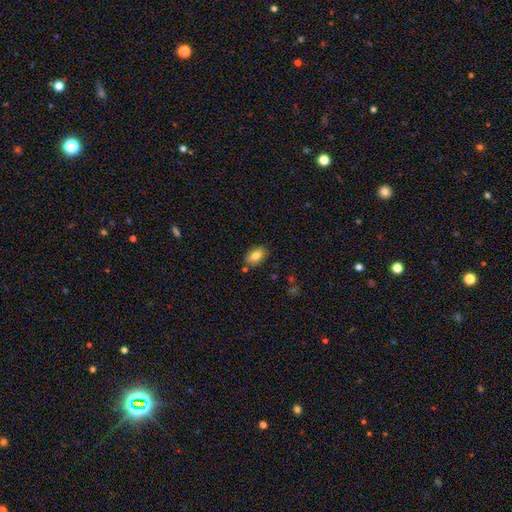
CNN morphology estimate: Smooth or featured? Predicted: smooth (p=0.80). How rounded? Predicted: in between (p=0.90). Merging? Predicted: none (p=0.81).